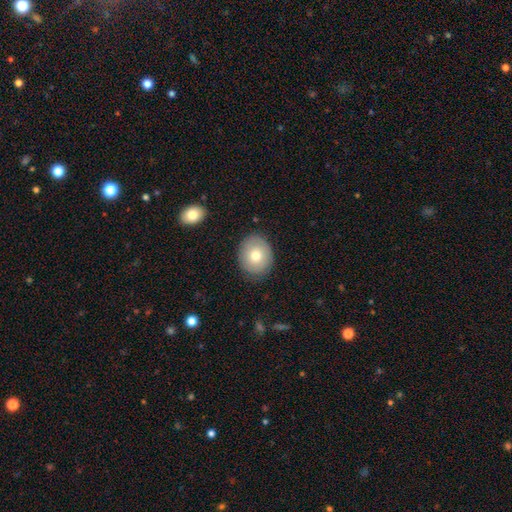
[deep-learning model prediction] A smooth galaxy with no disk features (71%) that is round (65%). Merging: none (85%).